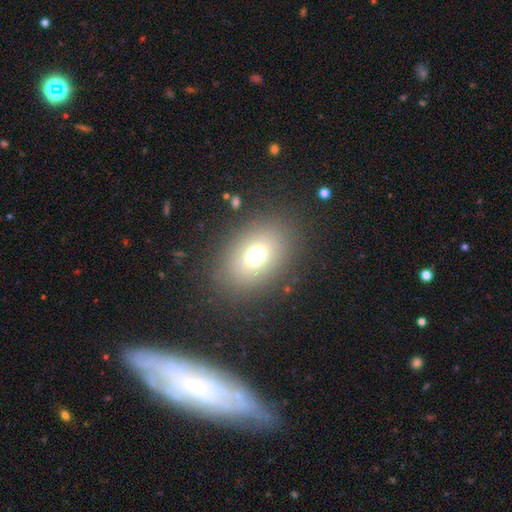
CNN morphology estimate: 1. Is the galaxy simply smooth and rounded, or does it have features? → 70% smooth, 17% star or artifact, 14% featured or disk.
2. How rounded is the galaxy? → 70% in between, 29% round, 1% cigar-shaped.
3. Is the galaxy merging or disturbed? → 84% none, 9% minor disturbance, 6% major disturbance, 1% merger.